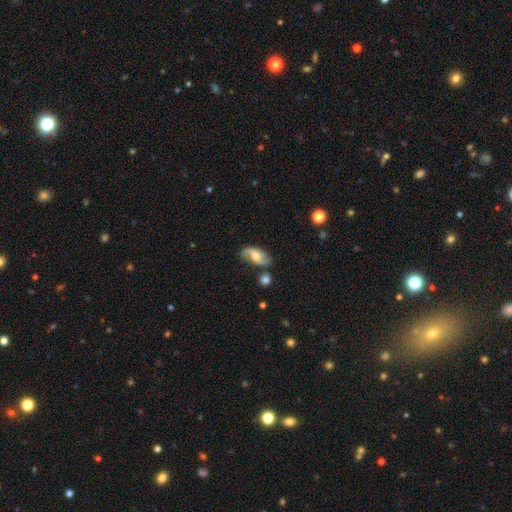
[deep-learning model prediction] featured or disk 58%, smooth 35%, star or artifact 7%. Down the decision tree: edge-on disk — no (93%); bar — no (53%); spiral arms — yes (87%); bulge size — moderate (61%); merging — none (63%).